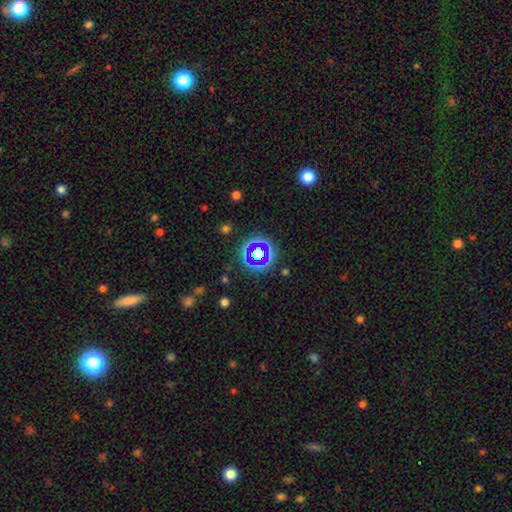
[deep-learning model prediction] A star or artifact, not a galaxy (54%).

Vote fractions:
- Smooth or featured? star or artifact: 54% / smooth: 31% / featured or disk: 15%